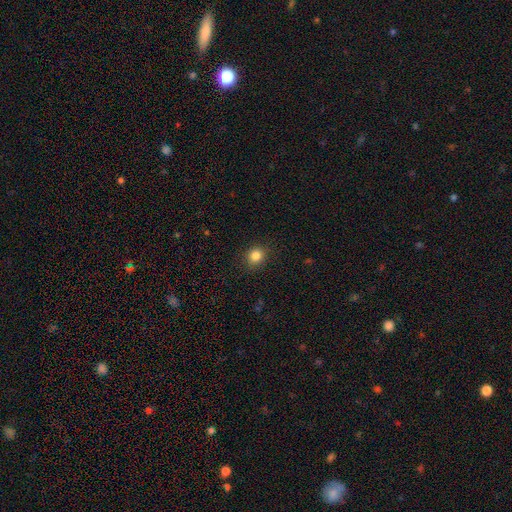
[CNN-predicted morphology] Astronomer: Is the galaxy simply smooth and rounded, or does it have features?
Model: smooth — 84%.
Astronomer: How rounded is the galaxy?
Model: round — 79%.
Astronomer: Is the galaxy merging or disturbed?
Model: none — 89%.